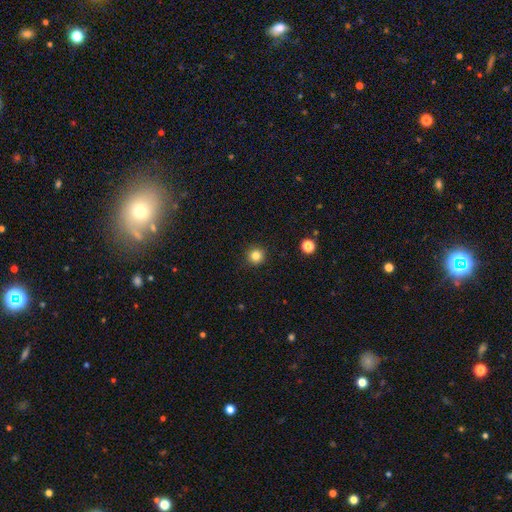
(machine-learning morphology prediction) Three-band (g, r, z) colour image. It shows a smooth galaxy with no disk features (83%) that is round (95%). Merging: none (92%).